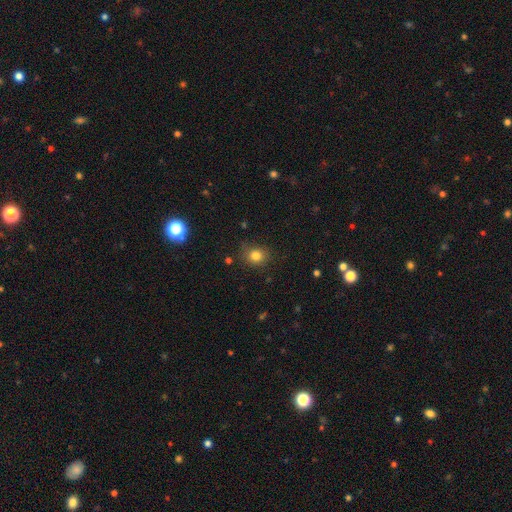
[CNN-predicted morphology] smooth 81%, star or artifact 13%, featured or disk 6%. Down the decision tree: how rounded — round (71%); merging — none (79%).